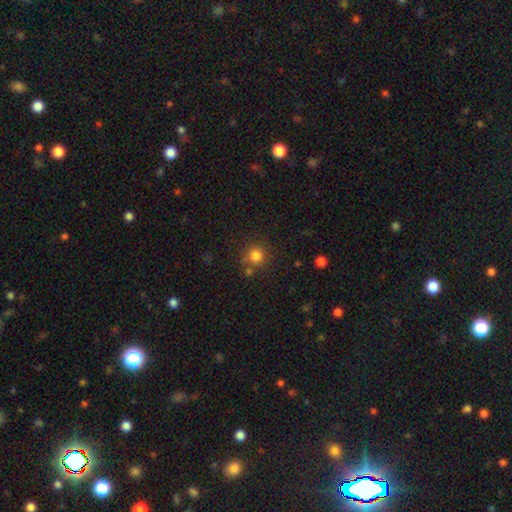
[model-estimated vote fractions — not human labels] Smooth or featured? smooth (82%)
How rounded? round (93%)
Merging? none (76%)